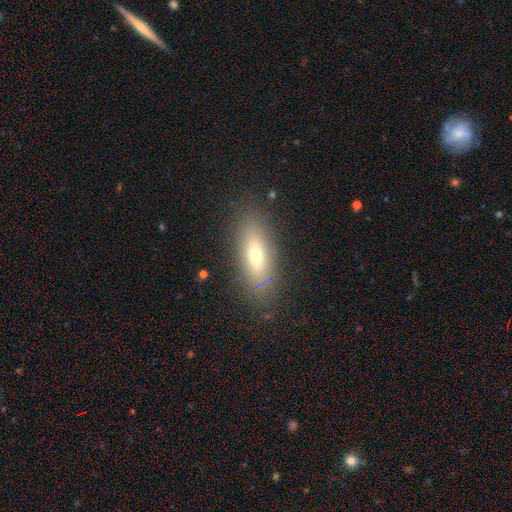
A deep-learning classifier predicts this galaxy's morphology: Smooth or featured? Predicted: smooth (p=0.61). How rounded? Predicted: in between (p=0.62). Merging? Predicted: none (p=0.84).